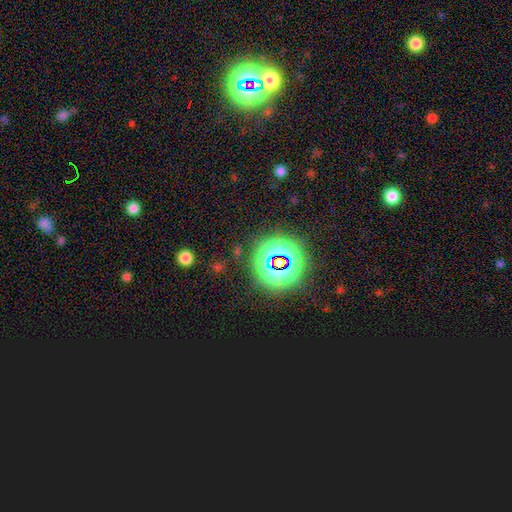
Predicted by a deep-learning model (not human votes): A star or artifact, not a galaxy (82%).